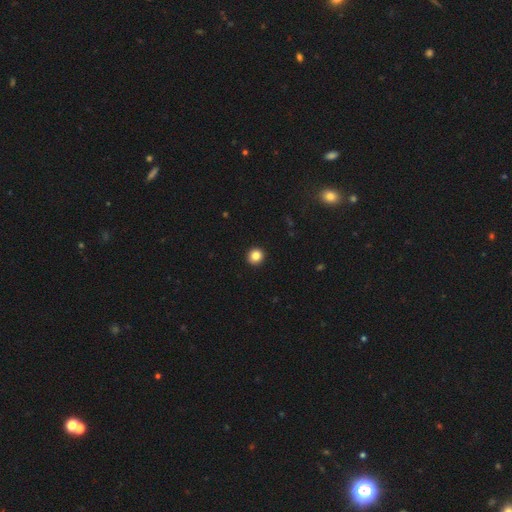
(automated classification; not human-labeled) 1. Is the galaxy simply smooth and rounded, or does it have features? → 84% smooth, 11% star or artifact, 5% featured or disk.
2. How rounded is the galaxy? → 93% round, 6% in between, 1% cigar-shaped.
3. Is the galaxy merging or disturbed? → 94% none, 4% minor disturbance, 1% major disturbance, 1% merger.